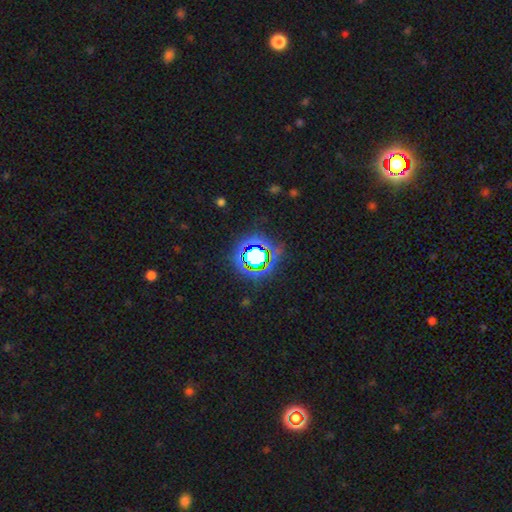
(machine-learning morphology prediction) Smooth or featured: star or artifact — 69% (smooth — 19%)